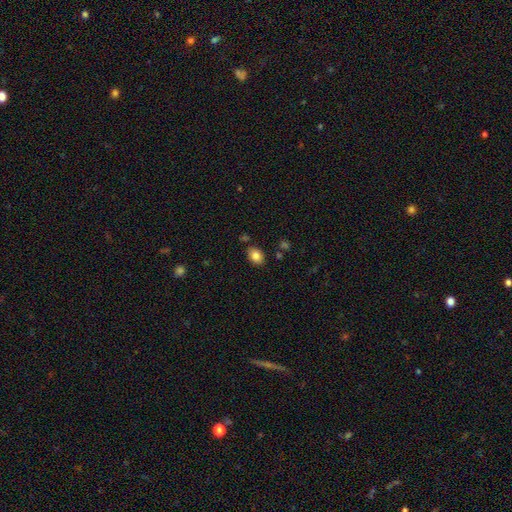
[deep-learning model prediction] Q: Smooth or featured?
A: smooth (84%); runner-up: star or artifact (9%)
Q: How rounded?
A: in between (71%); runner-up: round (28%)
Q: Merging?
A: none (81%); runner-up: minor disturbance (12%)